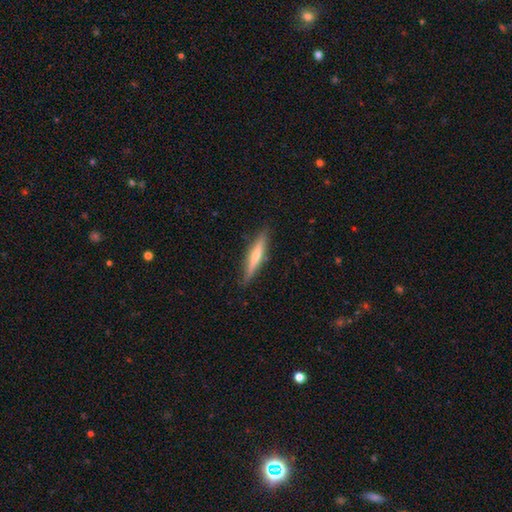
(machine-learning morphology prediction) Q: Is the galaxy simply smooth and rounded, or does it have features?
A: featured or disk — 56%.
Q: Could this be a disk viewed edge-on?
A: yes — 95%.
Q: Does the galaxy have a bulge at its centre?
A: rounded — 78%.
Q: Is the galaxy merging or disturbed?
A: none — 89%.